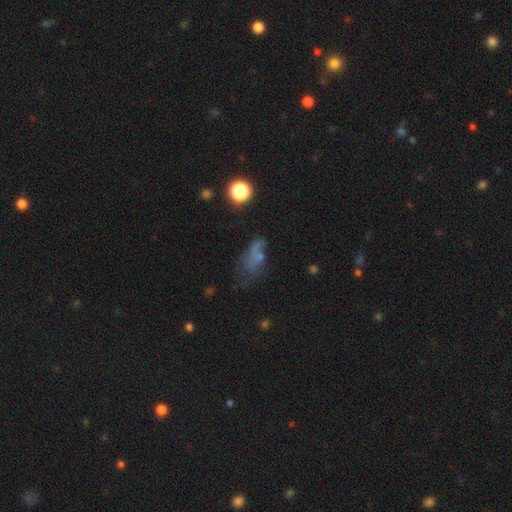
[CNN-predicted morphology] type=smooth (54%); roundness=in between (72%); merging=none (34%).